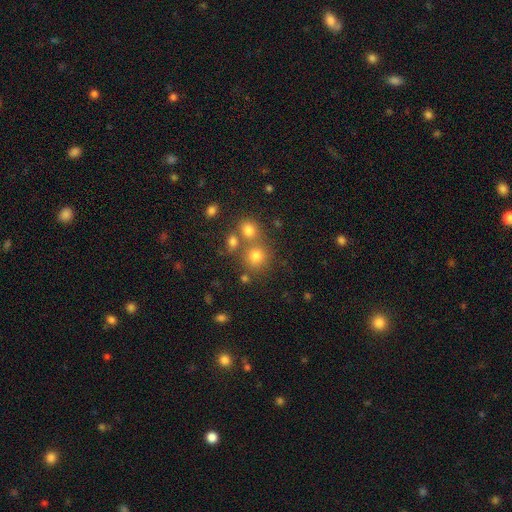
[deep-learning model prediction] A smooth galaxy with no disk features (73%) that is round (86%). Merging: none (61%).